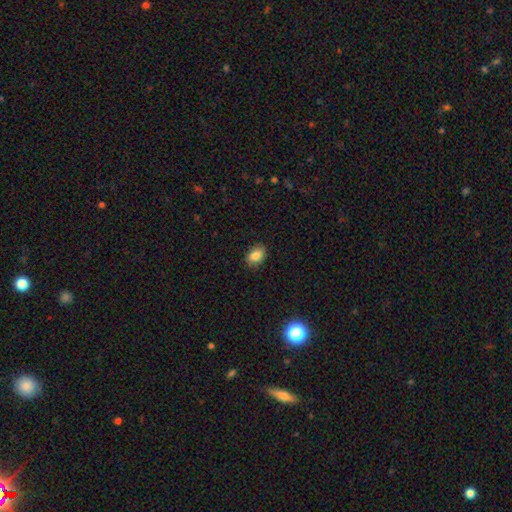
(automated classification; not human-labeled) Q: Smooth or featured?
A: smooth (84%); runner-up: star or artifact (9%)
Q: How rounded?
A: in between (80%); runner-up: round (19%)
Q: Merging?
A: none (87%); runner-up: minor disturbance (10%)